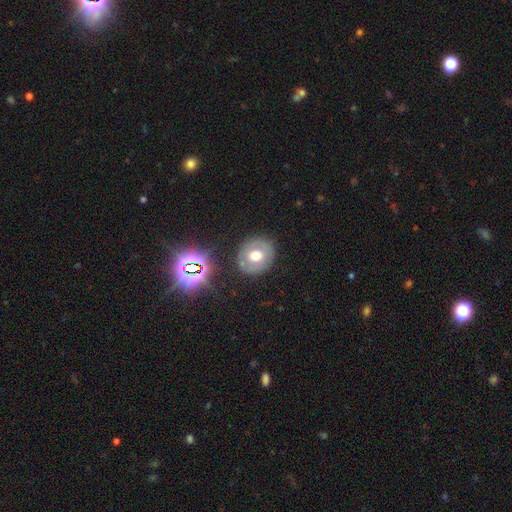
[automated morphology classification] Smooth or featured: smooth — 55% (featured or disk — 33%)
How rounded: round — 74% (in between — 26%)
Merging: none — 82% (minor disturbance — 11%)